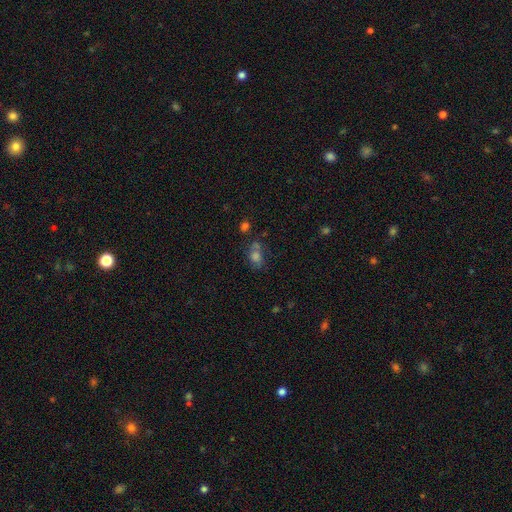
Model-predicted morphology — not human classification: A smooth galaxy with no disk features (66%) that is in between round and cigar-shaped (60%). Merging: none (51%).